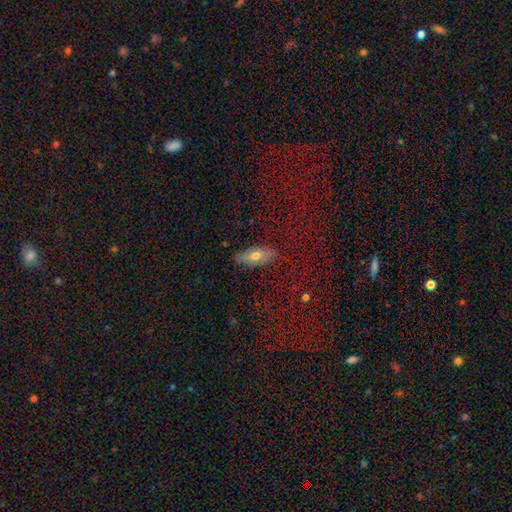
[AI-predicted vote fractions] smooth_or_featured: smooth (p=0.59) [alt: featured or disk p=0.29]
how_rounded: in between (p=0.80) [alt: cigar-shaped p=0.15]
merging: none (p=0.81) [alt: minor disturbance p=0.14]